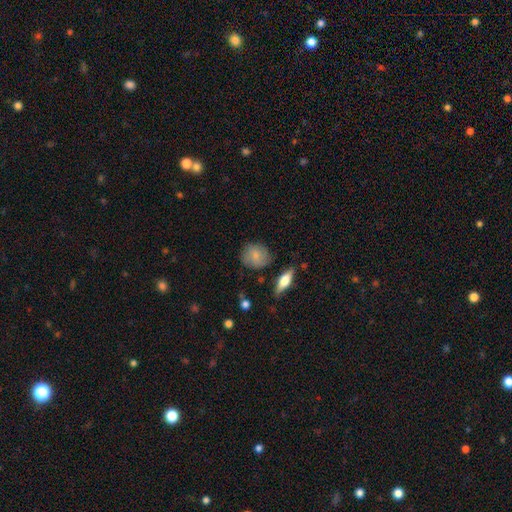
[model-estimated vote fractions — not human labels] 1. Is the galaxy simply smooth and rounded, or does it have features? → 74% smooth, 19% featured or disk, 7% star or artifact.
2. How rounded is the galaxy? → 71% round, 27% in between, 2% cigar-shaped.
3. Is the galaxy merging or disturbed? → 75% none, 18% minor disturbance, 4% major disturbance, 2% merger.